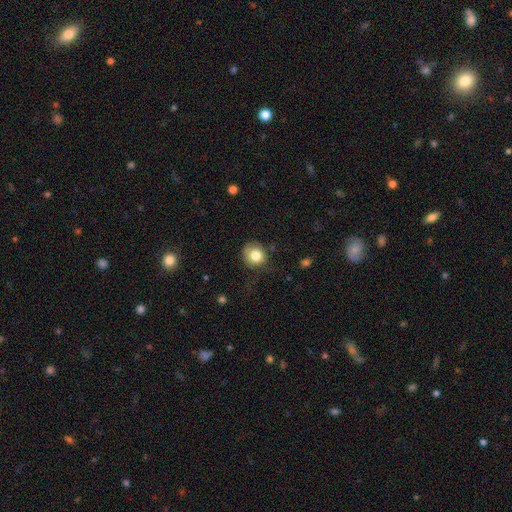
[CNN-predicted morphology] The model was most divided on "merging": none: 63%, minor disturbance: 25%, major disturbance: 9%, merger: 2%. More confident: smooth or featured — smooth (81%); how rounded — round (80%).